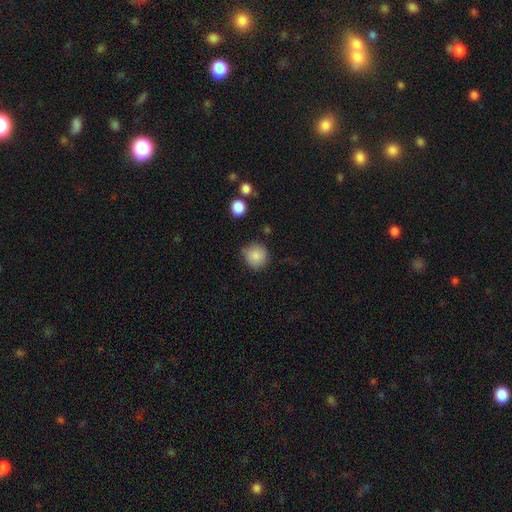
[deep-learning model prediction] A smooth galaxy with no disk features (86%) that is round (92%). Merging: none (80%).